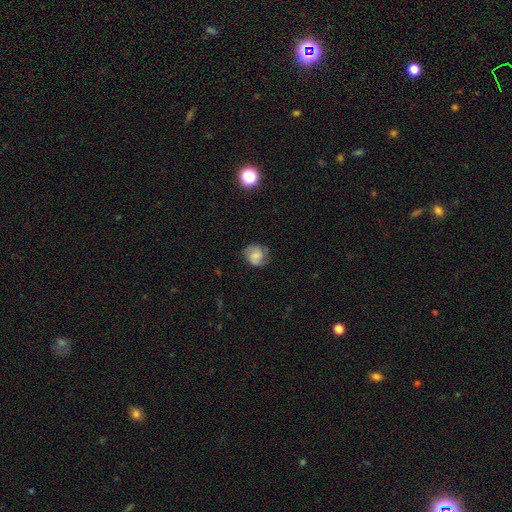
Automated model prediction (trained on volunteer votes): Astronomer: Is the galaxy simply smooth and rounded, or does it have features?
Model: smooth — 55% (runner-up: featured or disk, 36%).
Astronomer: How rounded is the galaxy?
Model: round — 80%.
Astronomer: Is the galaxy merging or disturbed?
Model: none — 68%.